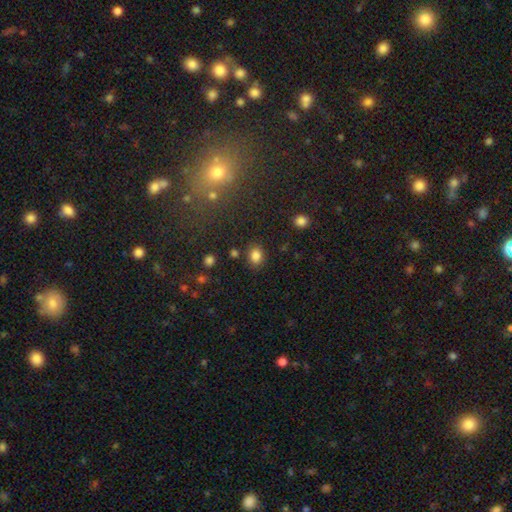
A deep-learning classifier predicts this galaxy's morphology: Overall: smooth (83%). How rounded: in between (55%; round 44%). Merging: none (83%).